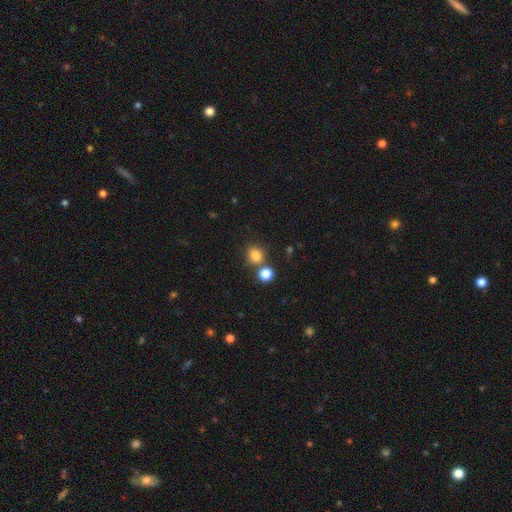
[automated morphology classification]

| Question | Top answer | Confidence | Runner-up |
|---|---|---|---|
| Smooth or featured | smooth | 81% | star or artifact (13%) |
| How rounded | round | 71% | in between (28%) |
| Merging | none | 65% | merger (21%) |